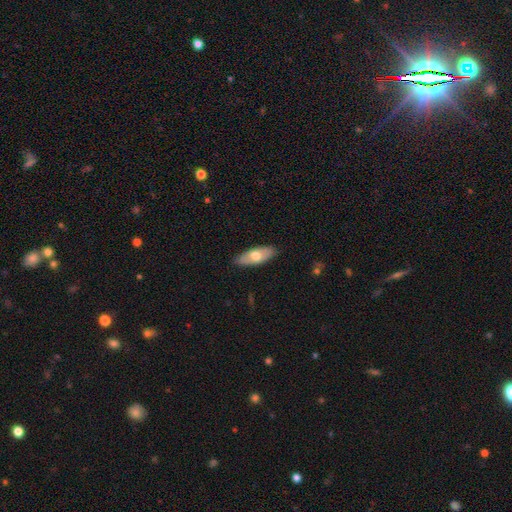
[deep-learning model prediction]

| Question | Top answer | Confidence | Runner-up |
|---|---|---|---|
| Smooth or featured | smooth | 65% | featured or disk (30%) |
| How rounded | in between | 77% | cigar-shaped (20%) |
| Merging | none | 86% | minor disturbance (11%) |